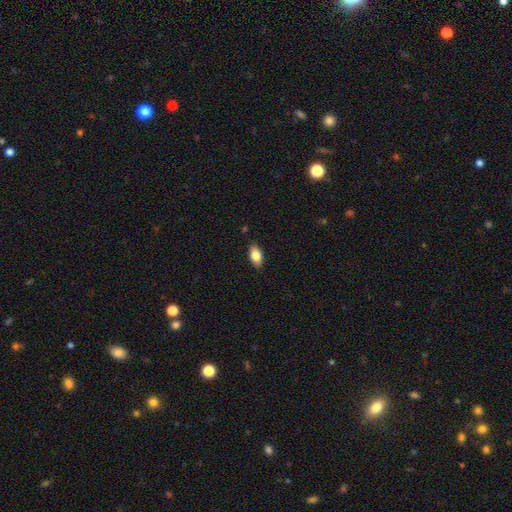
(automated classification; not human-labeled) The model was most divided on "smooth or featured": smooth: 81%, featured or disk: 11%, star or artifact: 7%. More confident: how rounded — in between (90%); merging — none (85%).